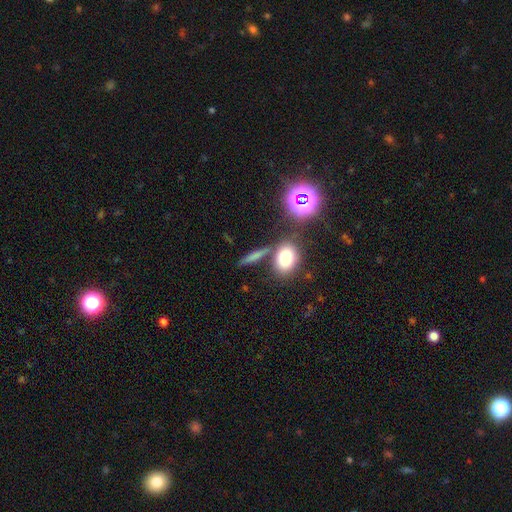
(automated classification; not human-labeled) A smooth galaxy with no disk features (63%) that is cigar-shaped (38%).

Vote fractions:
- Smooth or featured? smooth: 63% / star or artifact: 20% / featured or disk: 17%
- How rounded? cigar-shaped: 38% / in between: 37% / round: 24%
- Merging? none: 71% / merger: 13% / minor disturbance: 11% / major disturbance: 4%